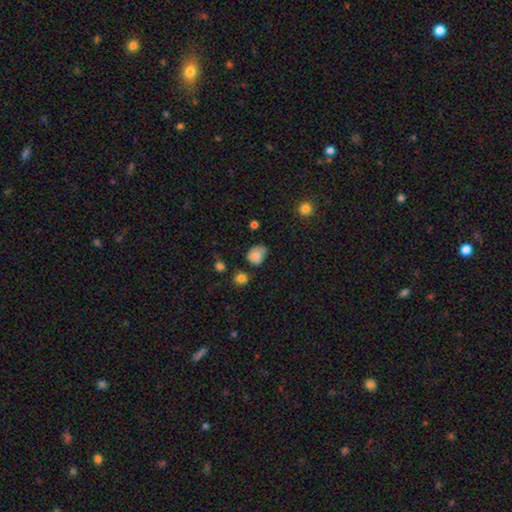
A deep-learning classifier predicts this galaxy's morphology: This appears to be a smooth galaxy with no disk features (76%) that is round (56%). Merging: none (49%).